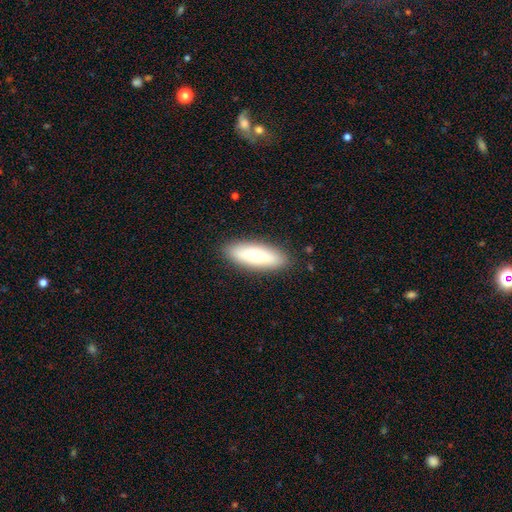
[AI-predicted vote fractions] Smooth or featured?
  - smooth: 72% *
  - featured or disk: 22%
  - star or artifact: 6%
How rounded?
  - in between: 51% *
  - cigar-shaped: 47%
  - round: 2%
Merging?
  - none: 88% *
  - minor disturbance: 9%
  - major disturbance: 2%
  - merger: 1%